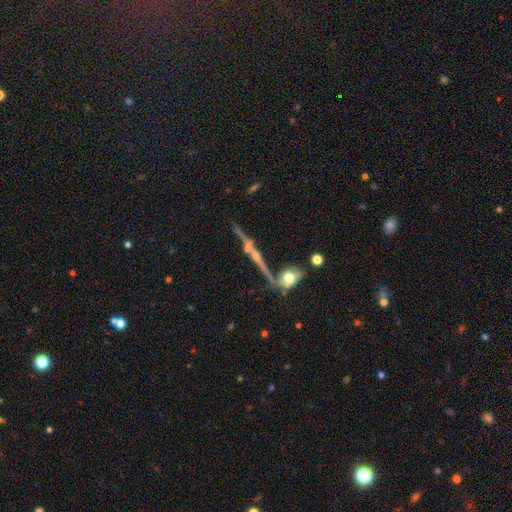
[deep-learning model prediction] smooth-or-featured: featured or disk: 75% | smooth: 13% | star or artifact: 12%
  disk-edge-on: yes: 92% | no: 8%
    edge-on-bulge: rounded: 81% | none: 12% | boxy: 7%
  merging: none: 69% | merger: 13% | minor disturbance: 12% | major disturbance: 6%